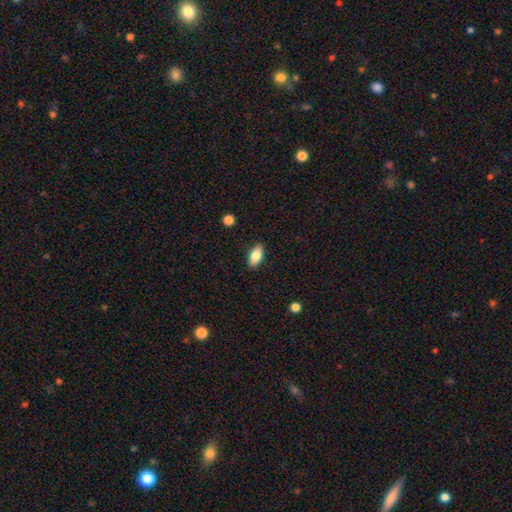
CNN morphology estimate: smooth-or-featured: smooth: 79% | featured or disk: 14% | star or artifact: 7%
  how-rounded: in between: 86% | cigar-shaped: 11% | round: 3%
  merging: none: 87% | minor disturbance: 10% | major disturbance: 2% | merger: 1%